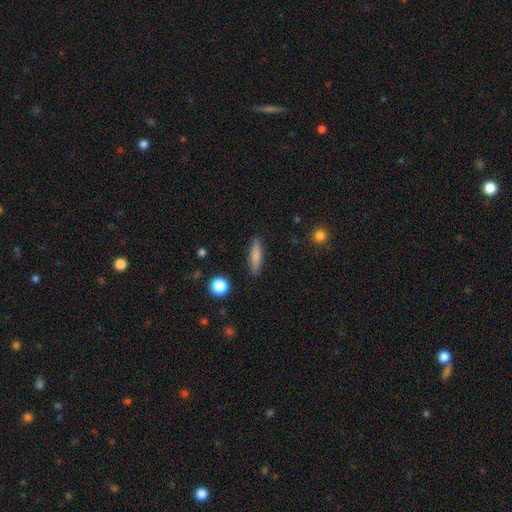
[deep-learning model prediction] smooth-or-featured: smooth: 72% | featured or disk: 20% | star or artifact: 7%
  how-rounded: cigar-shaped: 80% | in between: 17% | round: 3%
  merging: none: 88% | minor disturbance: 9% | major disturbance: 2% | merger: 2%